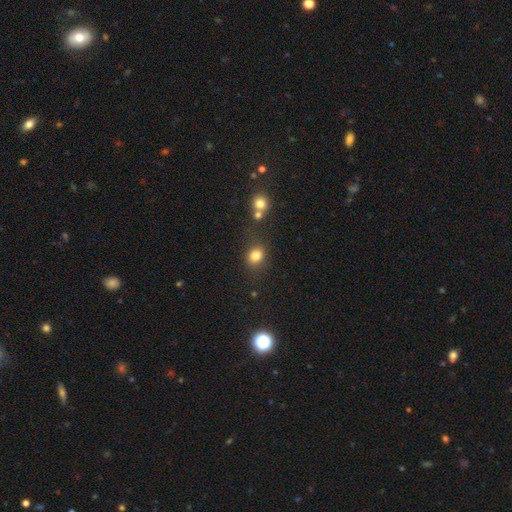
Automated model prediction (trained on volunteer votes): smooth_or_featured: smooth (p=0.81) [alt: star or artifact p=0.13]
how_rounded: round (p=0.54) [alt: in between p=0.45]
merging: none (p=0.71) [alt: minor disturbance p=0.15]